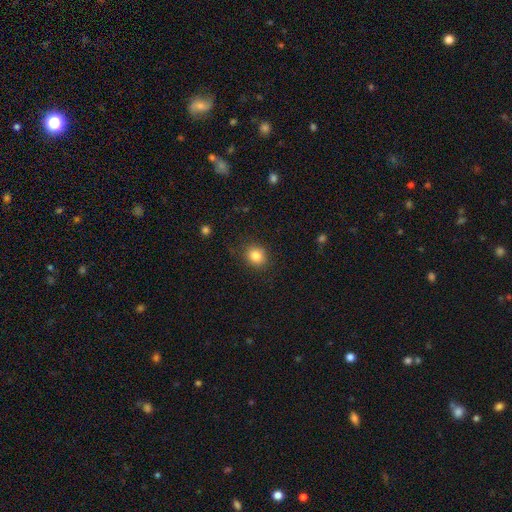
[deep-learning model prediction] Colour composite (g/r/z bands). It shows a smooth galaxy with no disk features (84%) that is round (73%). Merging: none (87%).